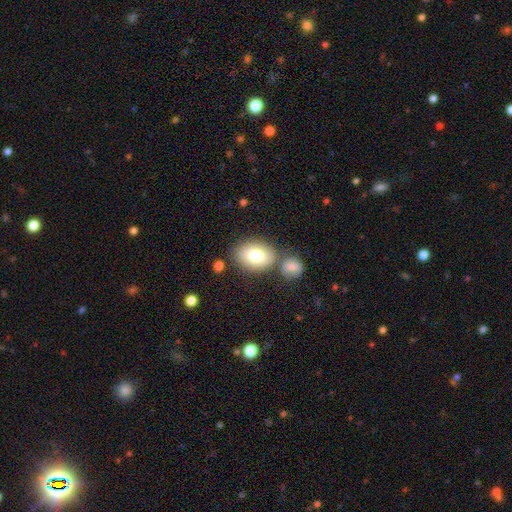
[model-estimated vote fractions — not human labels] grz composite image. It shows a smooth galaxy with no disk features (78%) that is in between round and cigar-shaped (71%). Merging: none (65%).